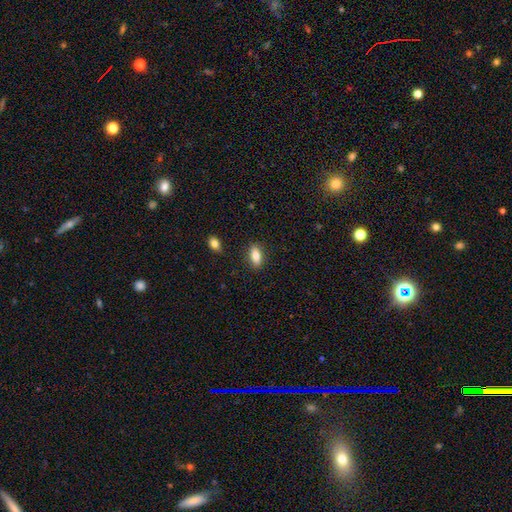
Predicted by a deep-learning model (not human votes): The model was most divided on "how rounded": in between: 81%, cigar-shaped: 16%, round: 4%. More confident: merging — none (87%); smooth or featured — smooth (80%).